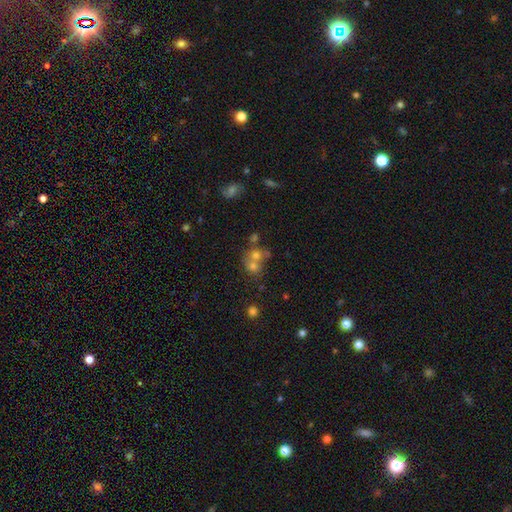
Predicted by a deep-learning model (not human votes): smooth_or_featured: smooth (p=0.65) [alt: featured or disk p=0.19]
how_rounded: round (p=0.76) [alt: in between p=0.23]
merging: merger (p=0.56) [alt: none p=0.34]